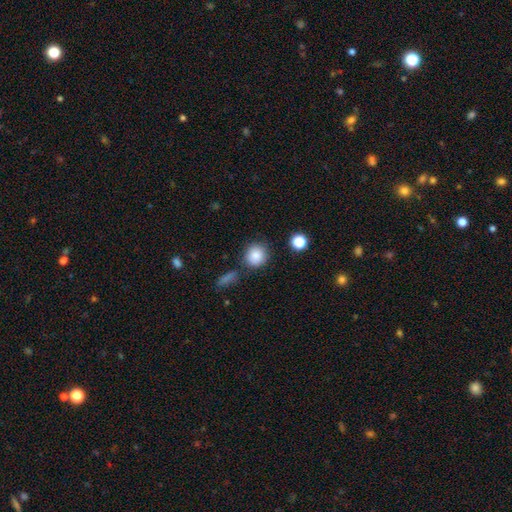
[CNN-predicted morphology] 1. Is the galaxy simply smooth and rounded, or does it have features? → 85% smooth, 9% star or artifact, 6% featured or disk.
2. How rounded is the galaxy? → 84% round, 15% in between, 1% cigar-shaped.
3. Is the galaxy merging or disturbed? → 78% none, 12% minor disturbance, 7% merger, 4% major disturbance.